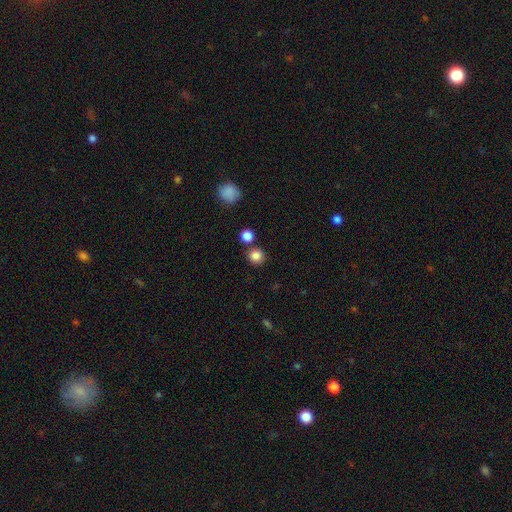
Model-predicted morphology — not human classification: Q: Smooth or featured?
A: smooth (84%); runner-up: star or artifact (12%)
Q: How rounded?
A: round (92%); runner-up: in between (7%)
Q: Merging?
A: none (79%); runner-up: merger (11%)